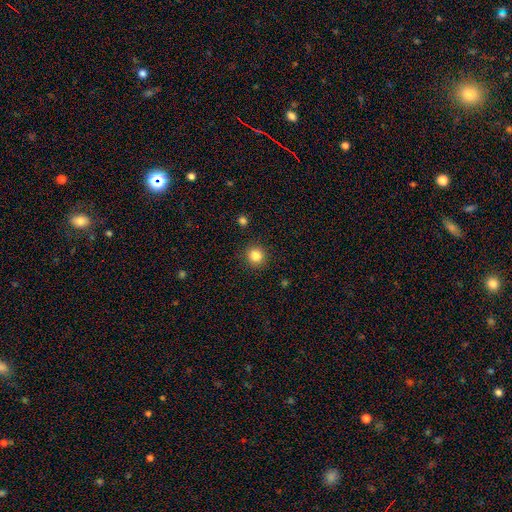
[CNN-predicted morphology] This is clearly a smooth galaxy (84%). How rounded: clearly round (93%). Merging: clearly none (91%).